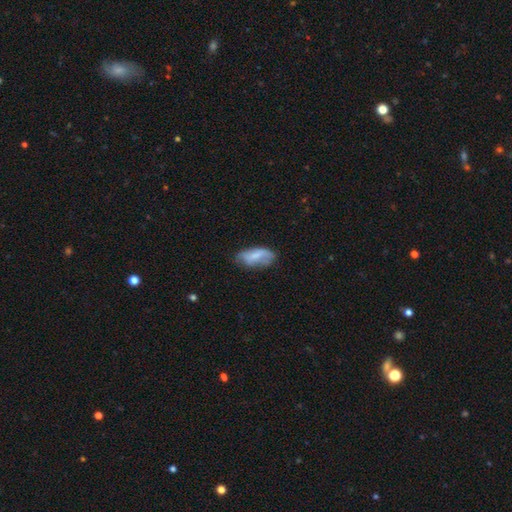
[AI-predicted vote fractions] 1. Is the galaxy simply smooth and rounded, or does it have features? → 64% smooth, 29% featured or disk, 8% star or artifact.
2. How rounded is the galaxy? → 87% in between, 10% cigar-shaped, 3% round.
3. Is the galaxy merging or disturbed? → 50% none, 34% minor disturbance, 13% major disturbance, 3% merger.